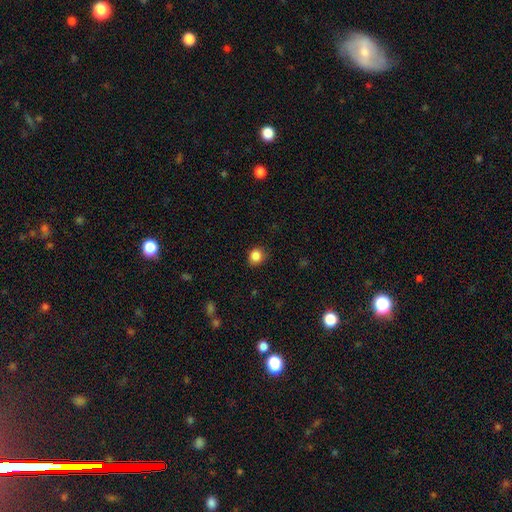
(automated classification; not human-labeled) smooth-or-featured: smooth: 86% | star or artifact: 10% | featured or disk: 4%
  how-rounded: round: 72% | in between: 28% | cigar-shaped: 1%
  merging: none: 84% | minor disturbance: 13% | major disturbance: 3% | merger: 1%